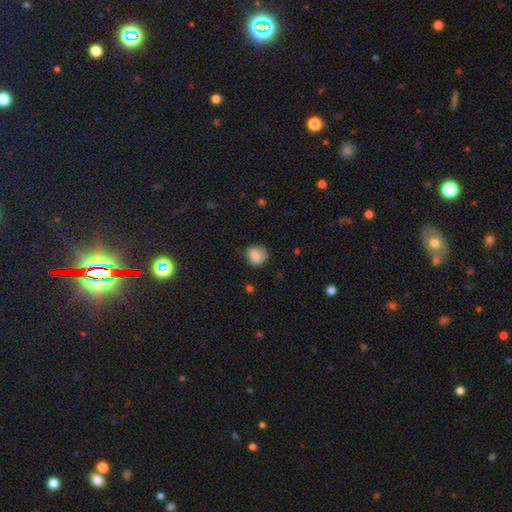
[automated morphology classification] smooth_or_featured: smooth (p=0.81) [alt: featured or disk p=0.10]
how_rounded: round (p=0.78) [alt: in between p=0.21]
merging: none (p=0.70) [alt: minor disturbance p=0.24]